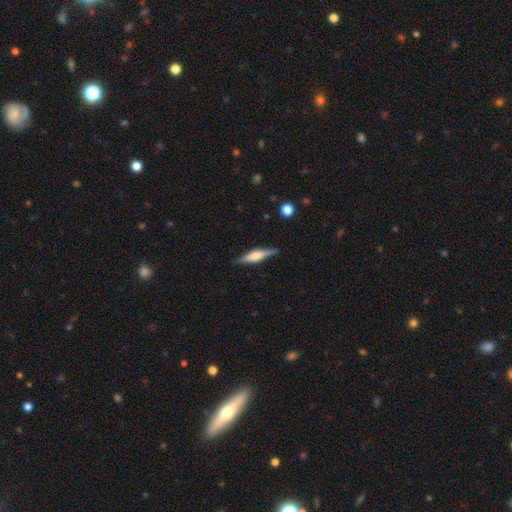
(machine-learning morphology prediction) Overall: featured or disk (62%; smooth 32%). Edge-on disk: yes (97%). Edge-on bulge: rounded (70%). Merging: none (87%).